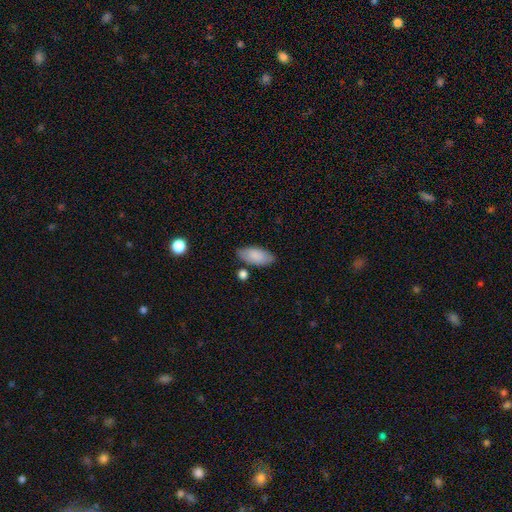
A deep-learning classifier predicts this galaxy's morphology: This is clearly a smooth galaxy (86%). How rounded: clearly in between (91%). Merging: likely none (78%).